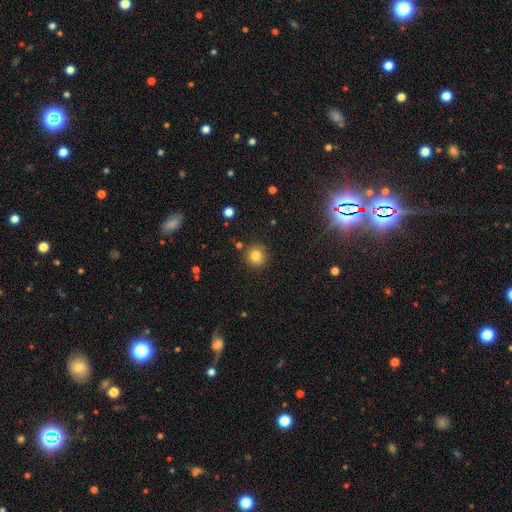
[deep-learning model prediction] This is likely a smooth galaxy (80%). How rounded: clearly round (91%). Merging: clearly none (84%).